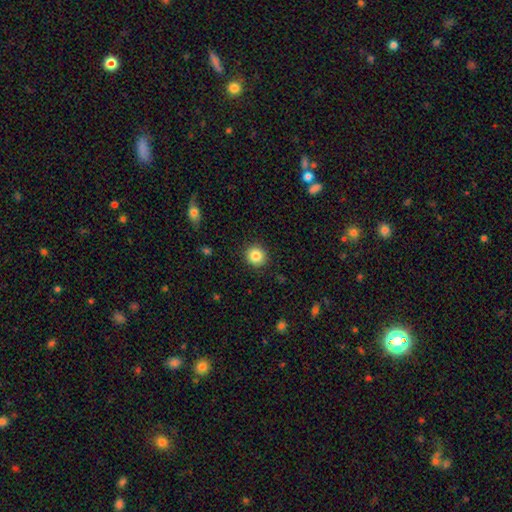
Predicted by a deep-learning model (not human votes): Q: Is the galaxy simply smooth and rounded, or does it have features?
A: smooth — 84%.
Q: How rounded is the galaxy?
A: round — 91%.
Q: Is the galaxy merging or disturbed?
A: none — 91%.